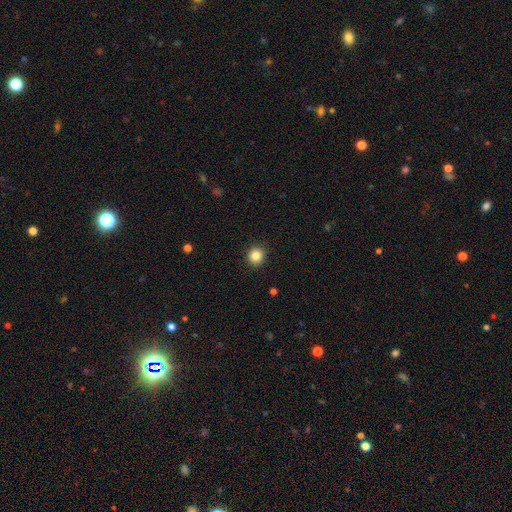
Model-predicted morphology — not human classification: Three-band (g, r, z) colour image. It shows a smooth galaxy with no disk features (84%) that is round (92%). Merging: none (92%).